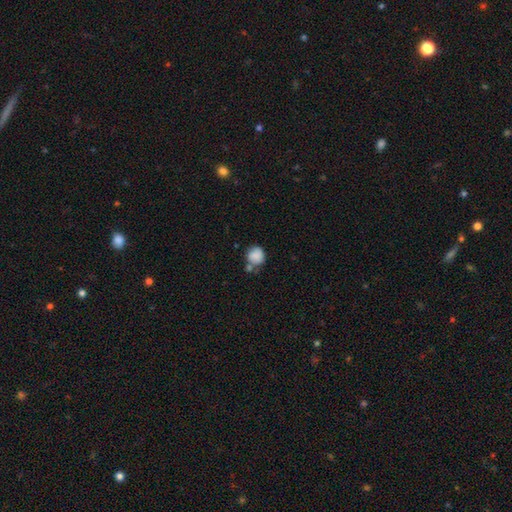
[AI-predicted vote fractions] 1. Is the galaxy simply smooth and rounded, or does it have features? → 83% smooth, 9% star or artifact, 8% featured or disk.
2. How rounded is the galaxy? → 82% round, 17% in between, 1% cigar-shaped.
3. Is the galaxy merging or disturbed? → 49% none, 24% merger, 20% minor disturbance, 7% major disturbance.